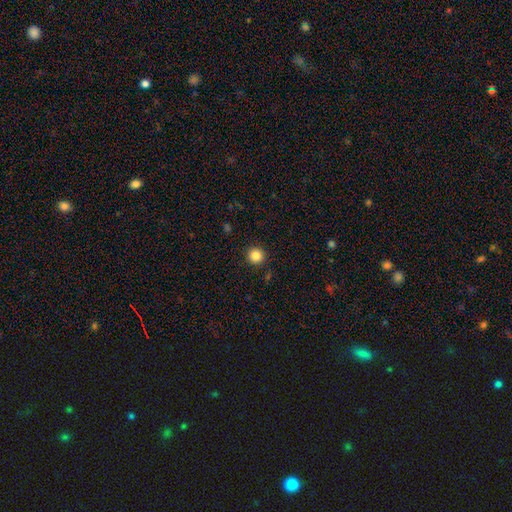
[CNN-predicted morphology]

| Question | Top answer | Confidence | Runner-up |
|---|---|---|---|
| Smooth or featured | smooth | 85% | star or artifact (11%) |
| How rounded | round | 96% | in between (3%) |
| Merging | none | 92% | minor disturbance (5%) |